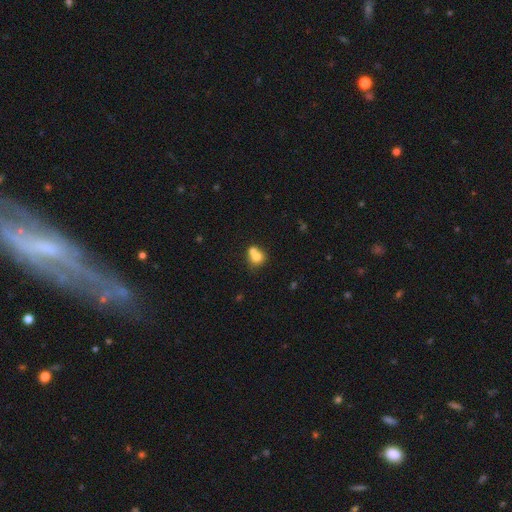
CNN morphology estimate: Smooth or featured?
  - smooth: 73% *
  - featured or disk: 17%
  - star or artifact: 10%
How rounded?
  - round: 78% *
  - in between: 21%
  - cigar-shaped: 1%
Merging?
  - merger: 57% *
  - none: 33%
  - minor disturbance: 7%
  - major disturbance: 3%